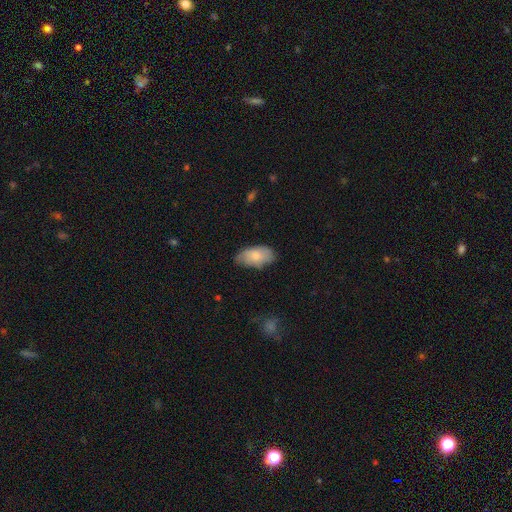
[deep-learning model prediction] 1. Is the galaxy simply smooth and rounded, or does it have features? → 73% smooth, 20% featured or disk, 6% star or artifact.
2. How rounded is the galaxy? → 94% in between, 4% round, 2% cigar-shaped.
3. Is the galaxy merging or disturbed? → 65% none, 29% minor disturbance, 5% major disturbance, 1% merger.